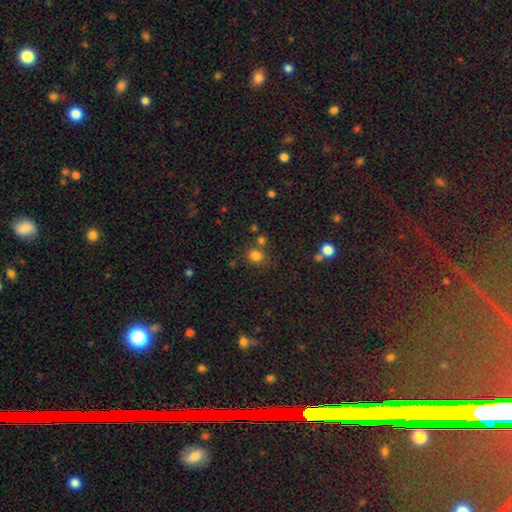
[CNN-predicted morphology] The model was most divided on "how rounded": round: 76%, in between: 23%, cigar-shaped: 1%. More confident: smooth or featured — smooth (79%); merging — none (71%).